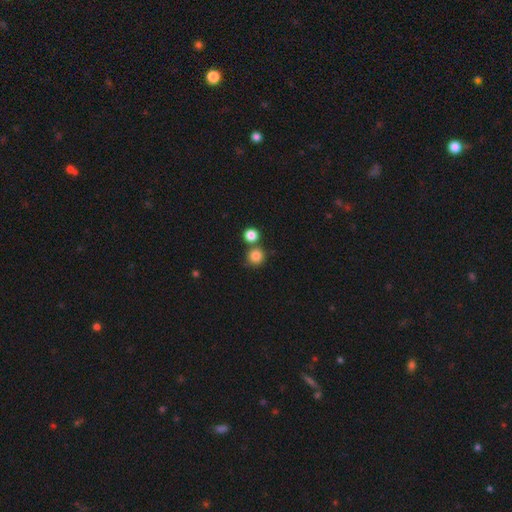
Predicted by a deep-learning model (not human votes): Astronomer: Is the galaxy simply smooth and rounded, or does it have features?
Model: smooth — 83%.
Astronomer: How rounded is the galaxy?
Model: round — 92%.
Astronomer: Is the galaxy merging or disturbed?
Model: none — 69%.